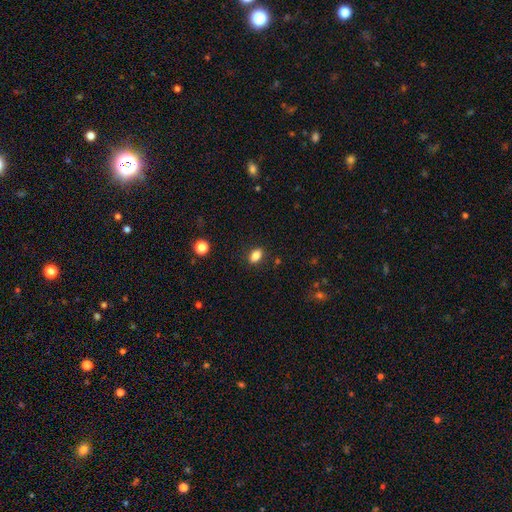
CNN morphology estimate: smooth_or_featured: smooth (p=0.84) [alt: star or artifact p=0.10]
how_rounded: in between (p=0.82) [alt: round p=0.16]
merging: none (p=0.87) [alt: minor disturbance p=0.09]